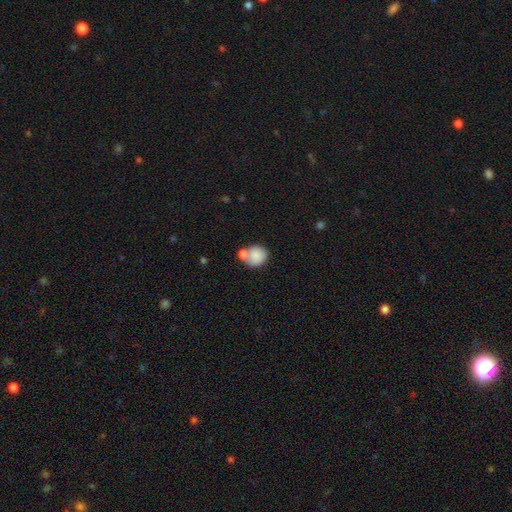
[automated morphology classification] Smooth or featured? smooth (83%)
How rounded? round (77%)
Merging? merger (43%)